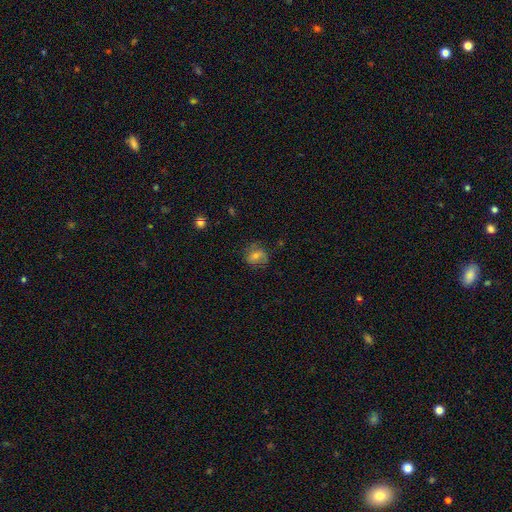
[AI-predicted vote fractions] This is possibly a smooth galaxy (49%). Merging: likely none (69%).